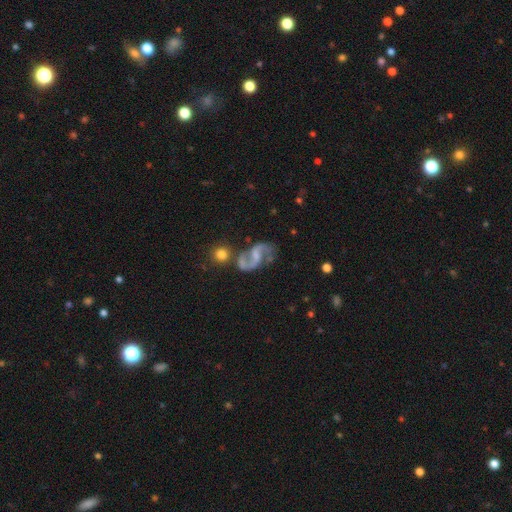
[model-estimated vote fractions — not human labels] A featured or disk galaxy (87%) with a weak bar (51%), 2 (93%) loose (56%) spiral arms (95%) and a small central bulge (37%). Merging: none (60%).